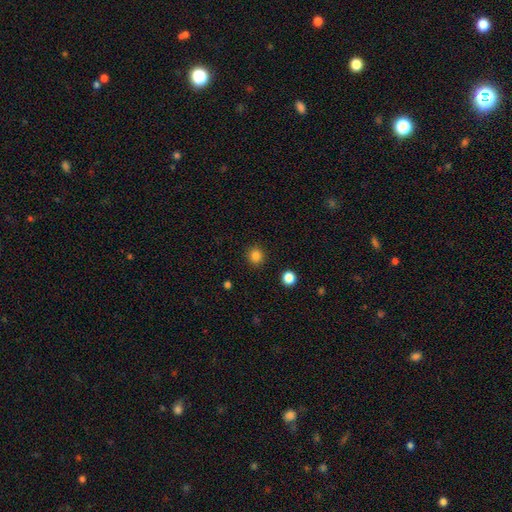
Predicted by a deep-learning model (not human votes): Overall: smooth (84%). How rounded: round (92%). Merging: none (92%).